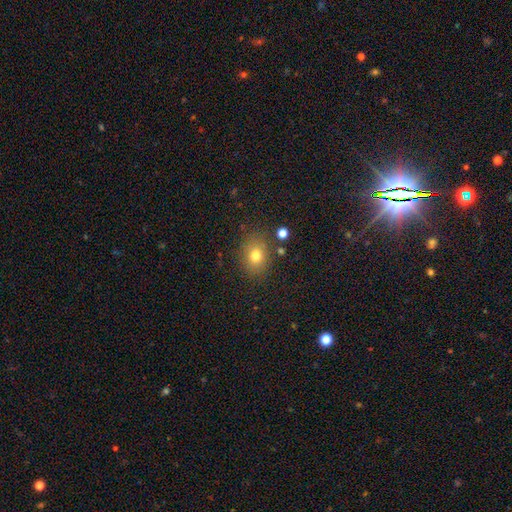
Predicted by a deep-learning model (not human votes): Q: Smooth or featured?
A: smooth (77%); runner-up: star or artifact (13%)
Q: How rounded?
A: in between (54%); runner-up: round (45%)
Q: Merging?
A: none (81%); runner-up: minor disturbance (12%)